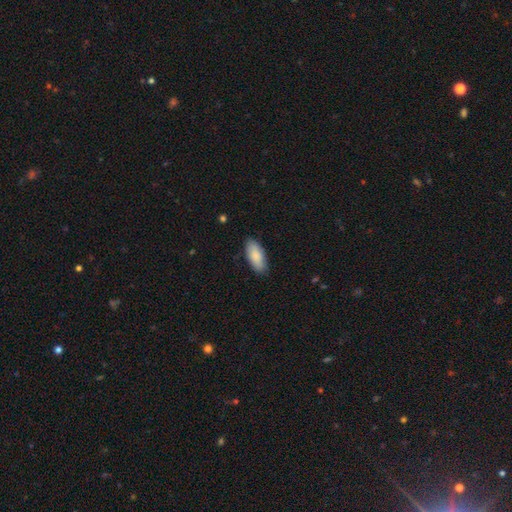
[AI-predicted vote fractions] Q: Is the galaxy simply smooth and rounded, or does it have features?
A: smooth — 87%.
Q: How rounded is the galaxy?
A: in between — 84%.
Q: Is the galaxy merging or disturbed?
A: none — 85%.